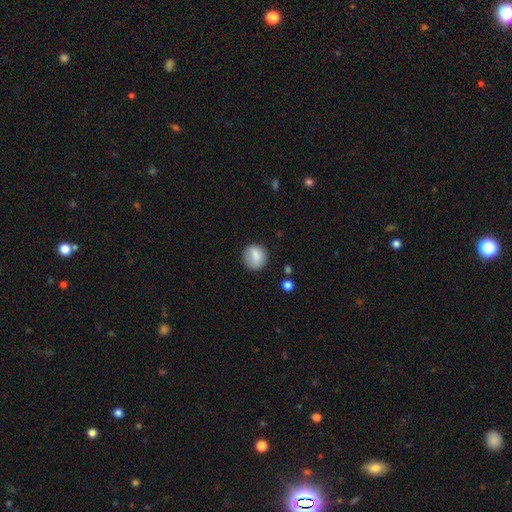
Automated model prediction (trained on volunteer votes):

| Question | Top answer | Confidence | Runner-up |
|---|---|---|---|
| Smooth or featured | smooth | 83% | featured or disk (9%) |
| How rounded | round | 80% | in between (19%) |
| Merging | none | 77% | minor disturbance (16%) |